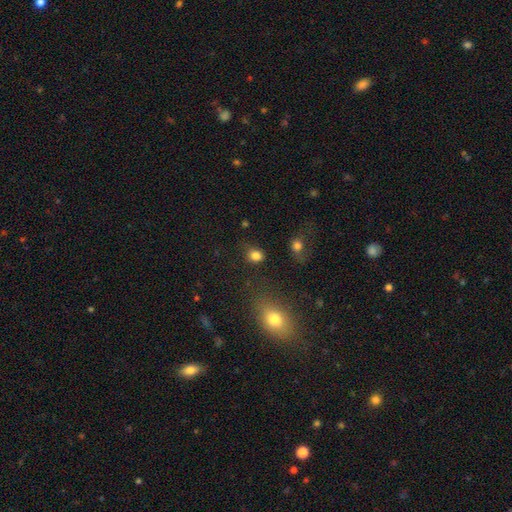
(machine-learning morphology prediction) The model was most divided on "how rounded": round: 60%, in between: 39%, cigar-shaped: 1%. More confident: smooth or featured — smooth (82%); merging — none (69%).